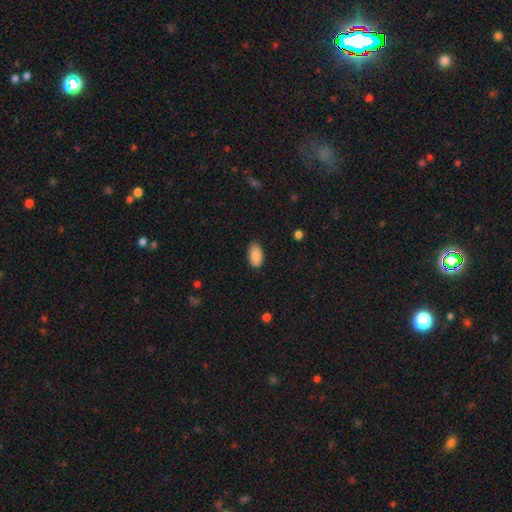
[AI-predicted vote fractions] Morphology: type=smooth (89%); roundness=in between (94%); merging=none (85%).